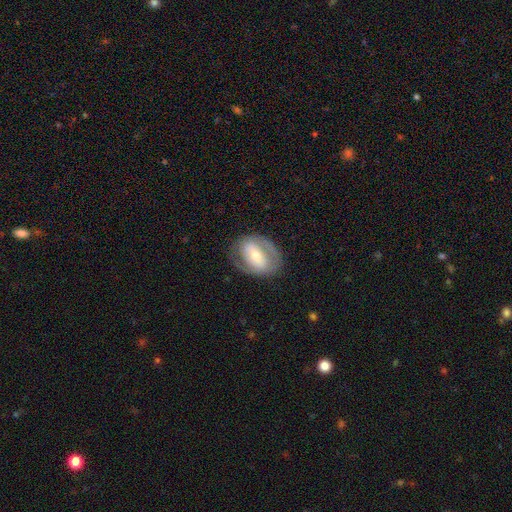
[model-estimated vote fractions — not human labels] Overall: featured or disk (65%; smooth 29%). Edge-on disk: no (94%). Bar: strong (43%; weak 31%). Spiral arms: yes (53%; no 47%). Bulge size: moderate (53%; small 39%). Merging: none (73%).